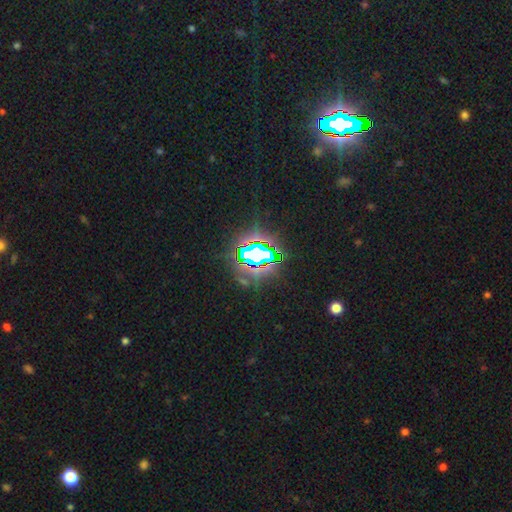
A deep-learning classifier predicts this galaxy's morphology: Smooth or featured? star or artifact (76%)